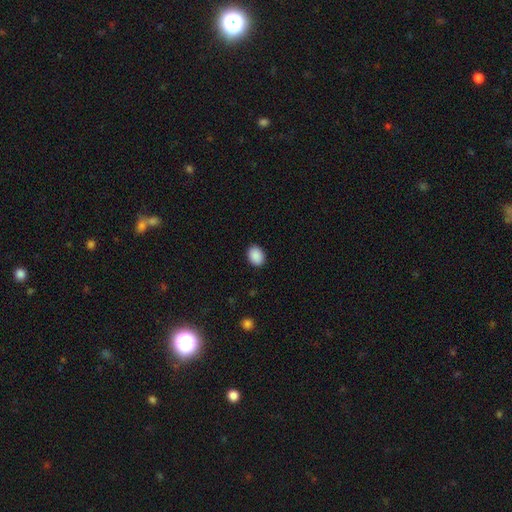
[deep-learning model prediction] Smooth or featured: smooth — 90% (star or artifact — 7%)
How rounded: in between — 73% (round — 26%)
Merging: none — 90% (minor disturbance — 7%)